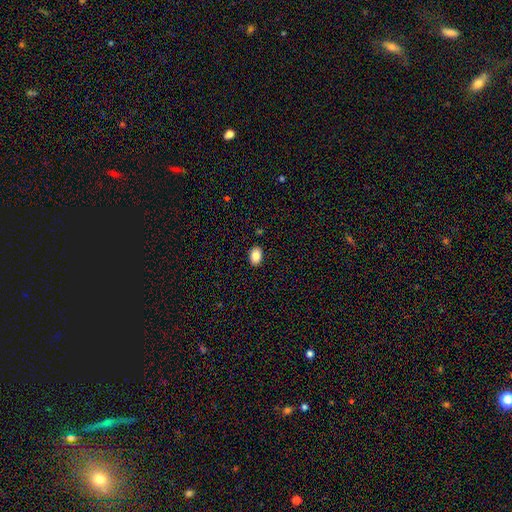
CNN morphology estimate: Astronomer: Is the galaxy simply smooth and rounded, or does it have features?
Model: smooth — 86%.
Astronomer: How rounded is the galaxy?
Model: in between — 82%.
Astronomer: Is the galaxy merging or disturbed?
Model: none — 90%.